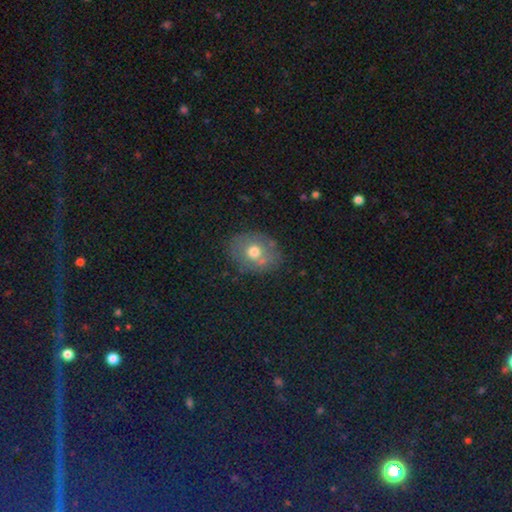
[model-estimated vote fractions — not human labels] Overall: smooth (60%; featured or disk 22%). How rounded: round (51%; in between 48%). Merging: none (76%).